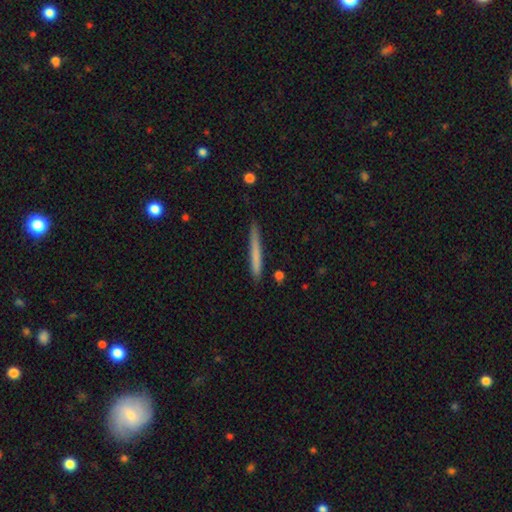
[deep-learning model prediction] smooth_or_featured: smooth (p=0.68) [alt: featured or disk p=0.26]
how_rounded: cigar-shaped (p=0.97) [alt: in between p=0.02]
merging: none (p=0.85) [alt: minor disturbance p=0.11]